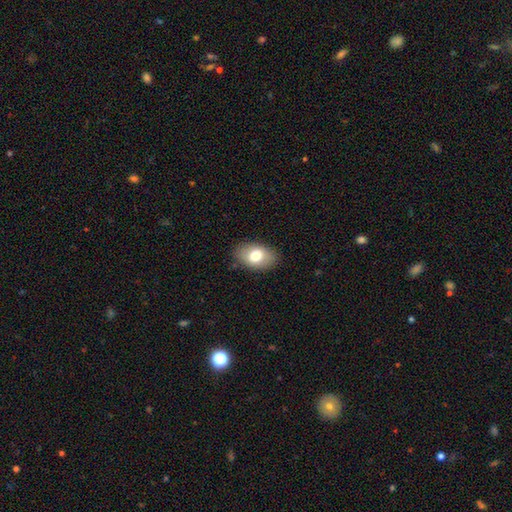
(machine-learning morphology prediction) A smooth galaxy with no disk features (75%) that is in between round and cigar-shaped (88%).

Vote fractions:
- Smooth or featured? smooth: 75% / featured or disk: 18% / star or artifact: 7%
- How rounded? in between: 88% / round: 10% / cigar-shaped: 1%
- Merging? none: 85% / minor disturbance: 11% / major disturbance: 3% / merger: 1%